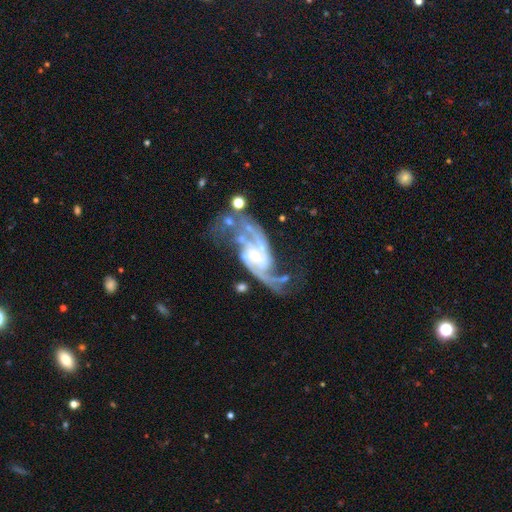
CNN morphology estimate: type=featured or disk (91%); edge-on=no (97%); bar=no (42%); spiral arms=yes (97%); winding=loose (47%); arm count=2 (79%); bulge=small (64%); merging=none (45%).